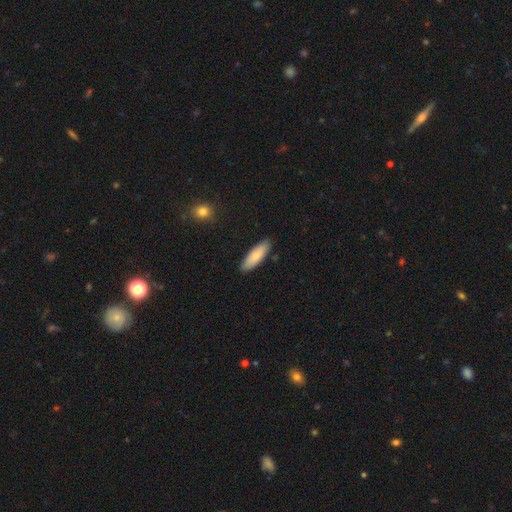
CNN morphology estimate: Smooth or featured? smooth (81%)
How rounded? in between (52%)
Merging? none (88%)